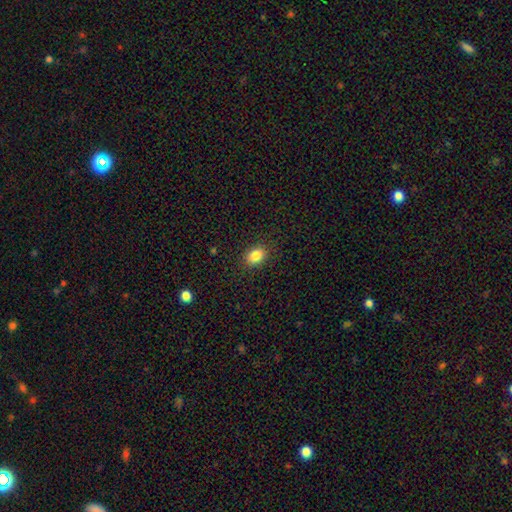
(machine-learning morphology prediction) The model was most divided on "how rounded": in between: 72%, round: 27%, cigar-shaped: 1%. More confident: merging — none (88%); smooth or featured — smooth (85%).